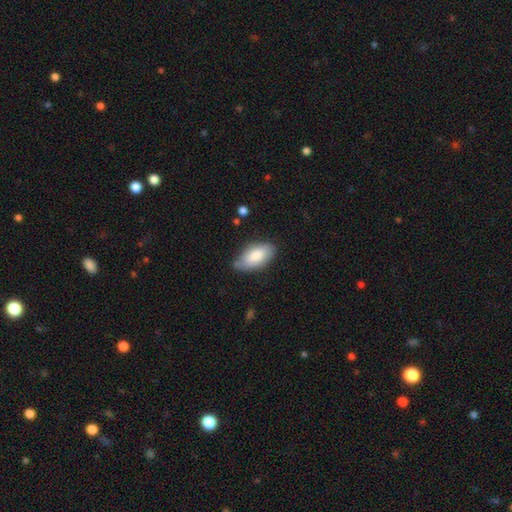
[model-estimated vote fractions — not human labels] Morphology: type=smooth (83%); roundness=in between (93%); merging=none (72%).